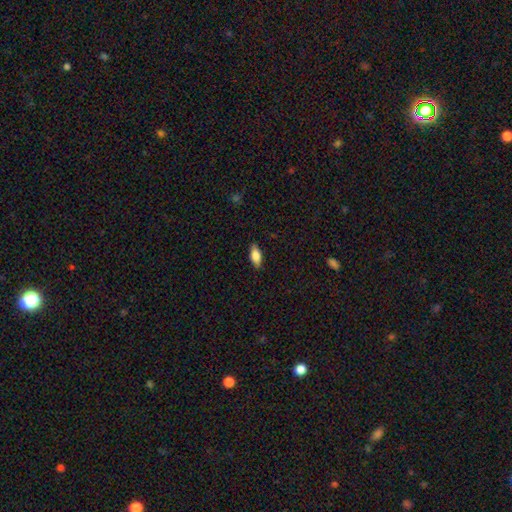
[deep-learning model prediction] This is likely a smooth galaxy (75%). How rounded: clearly in between (82%). Merging: clearly none (87%).